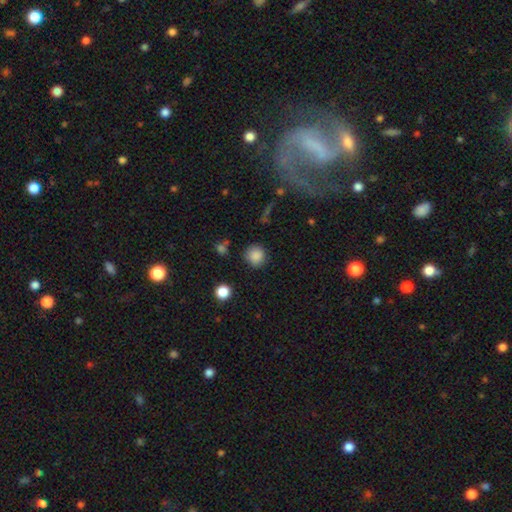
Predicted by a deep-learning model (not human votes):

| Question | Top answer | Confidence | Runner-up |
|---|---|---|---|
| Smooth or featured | smooth | 85% | star or artifact (11%) |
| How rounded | round | 90% | in between (8%) |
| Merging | none | 84% | minor disturbance (10%) |